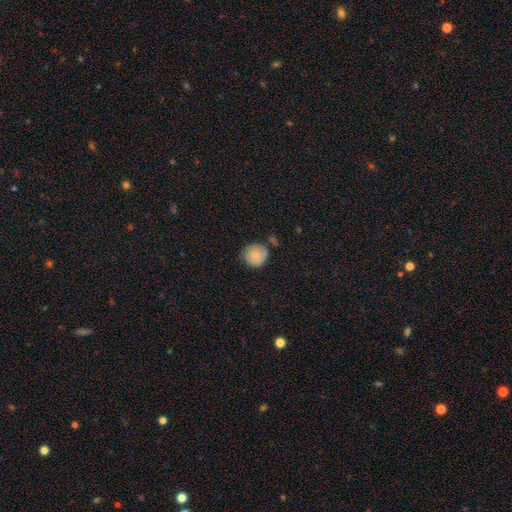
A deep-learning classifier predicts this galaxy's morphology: This appears to be a smooth galaxy with no disk features (83%) that is round (90%). Merging: none (68%).